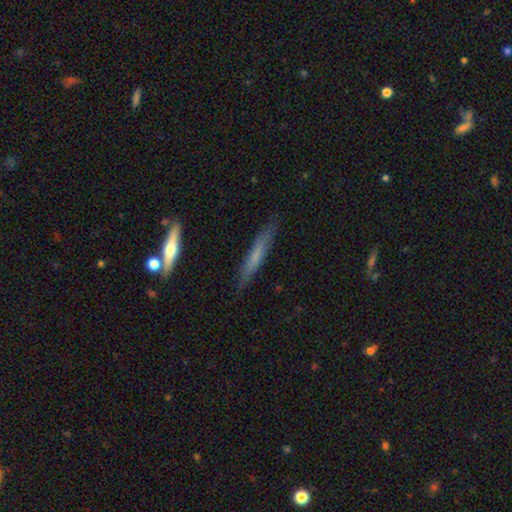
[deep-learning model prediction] A smooth galaxy with no disk features (54%) that is cigar-shaped (92%).

Vote fractions:
- Smooth or featured? smooth: 54% / featured or disk: 39% / star or artifact: 7%
- How rounded? cigar-shaped: 92% / in between: 6% / round: 2%
- Merging? none: 83% / minor disturbance: 13% / major disturbance: 3% / merger: 2%